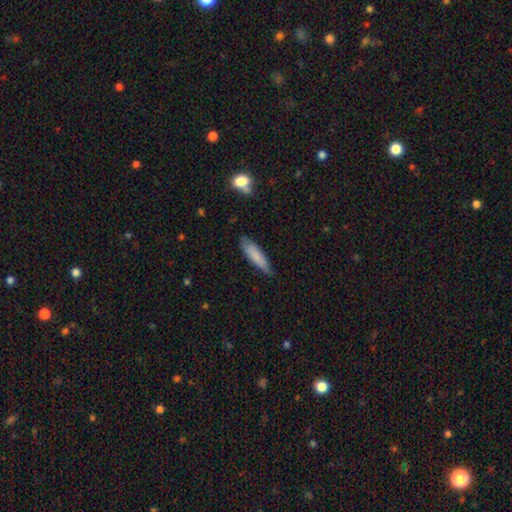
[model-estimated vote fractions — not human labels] Smooth or featured? Predicted: smooth (p=0.78). How rounded? Predicted: cigar-shaped (p=0.71). Merging? Predicted: none (p=0.74).